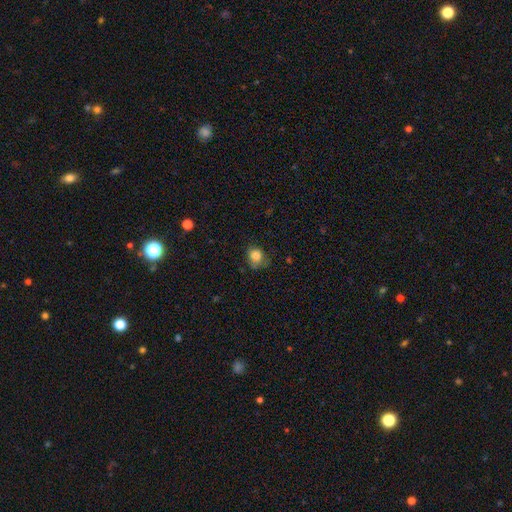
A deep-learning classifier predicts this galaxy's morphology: Smooth or featured? Predicted: smooth (p=0.81). How rounded? Predicted: round (p=0.65). Merging? Predicted: none (p=0.53).